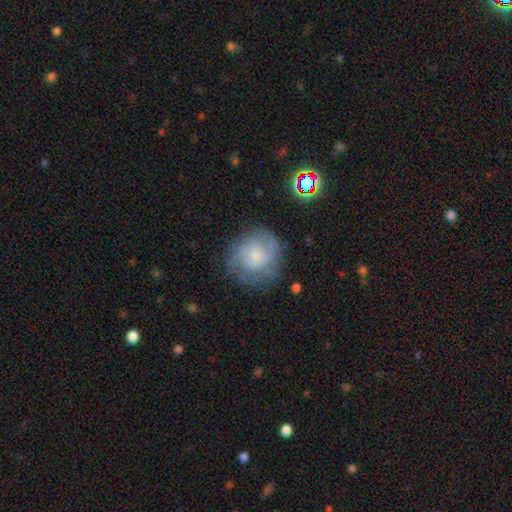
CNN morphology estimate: This is likely a featured or disk galaxy (60%). It is clearly not viewed edge-on (98%). Bar: likely no (69%). Spiral arm pattern: clearly yes (86%). Spiral arm count: marginally 2 (36%, tied with can't tell). Spiral winding: possibly tight (46%). Central bulge: possibly small (51%). Merging: likely none (70%).